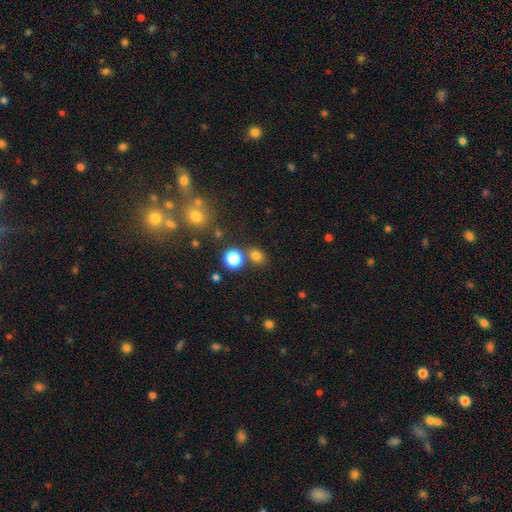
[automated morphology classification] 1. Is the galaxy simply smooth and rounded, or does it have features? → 76% smooth, 19% star or artifact, 6% featured or disk.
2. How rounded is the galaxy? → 57% round, 42% in between, 1% cigar-shaped.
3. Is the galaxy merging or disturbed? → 72% none, 14% merger, 10% minor disturbance, 4% major disturbance.